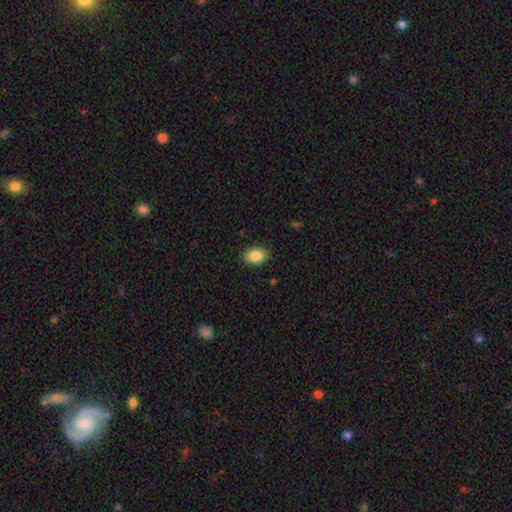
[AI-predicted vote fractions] This appears to be a smooth galaxy with no disk features (88%) that is in between round and cigar-shaped (79%). Merging: none (88%).